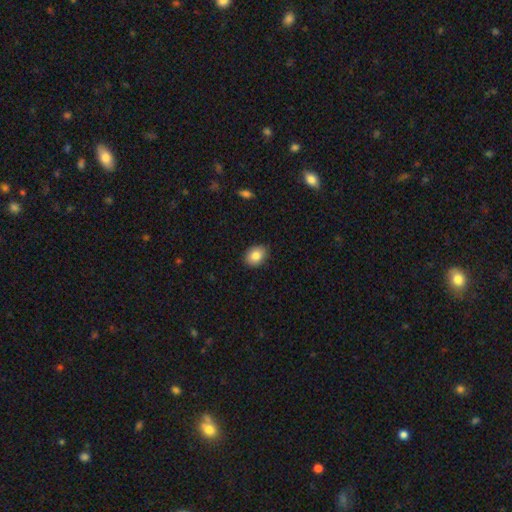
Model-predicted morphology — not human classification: The model was most divided on "how rounded": in between: 61%, round: 38%, cigar-shaped: 1%. More confident: merging — none (88%); smooth or featured — smooth (84%).